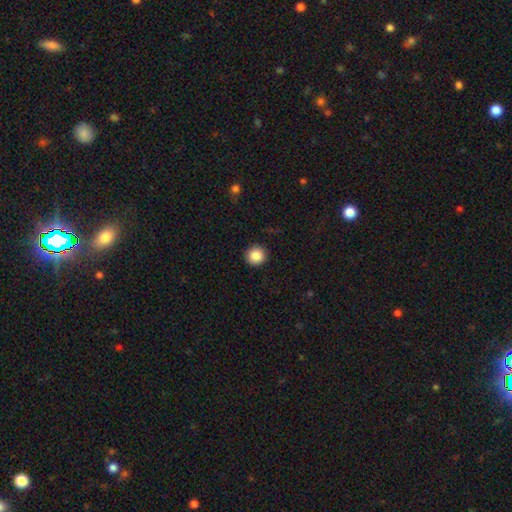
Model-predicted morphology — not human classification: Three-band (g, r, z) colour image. It shows a smooth galaxy with no disk features (86%) that is round (94%). Merging: none (92%).